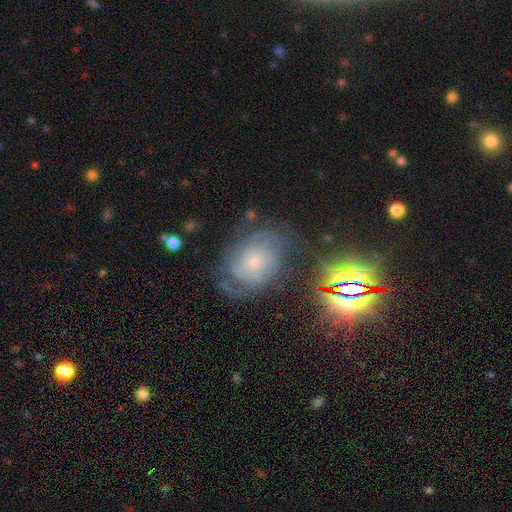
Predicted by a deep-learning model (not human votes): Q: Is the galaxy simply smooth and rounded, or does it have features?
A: featured or disk — 68%.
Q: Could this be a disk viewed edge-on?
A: no — 97%.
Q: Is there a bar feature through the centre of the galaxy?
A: no — 74%.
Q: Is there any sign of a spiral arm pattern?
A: yes — 94%.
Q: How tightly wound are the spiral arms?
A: tight — 66%.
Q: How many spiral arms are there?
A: can't tell — 37%.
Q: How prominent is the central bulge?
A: small — 59%.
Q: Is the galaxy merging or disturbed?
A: none — 72%.